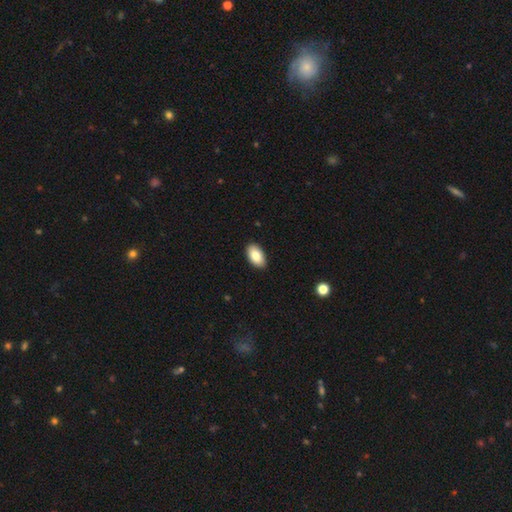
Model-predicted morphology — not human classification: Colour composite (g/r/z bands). It shows a smooth galaxy with no disk features (85%) that is in between round and cigar-shaped (94%). Merging: none (90%).